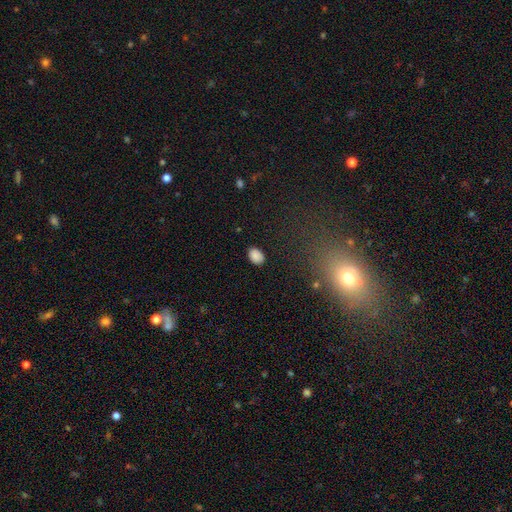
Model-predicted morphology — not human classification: Overall: smooth (86%). How rounded: in between (82%). Merging: none (85%).